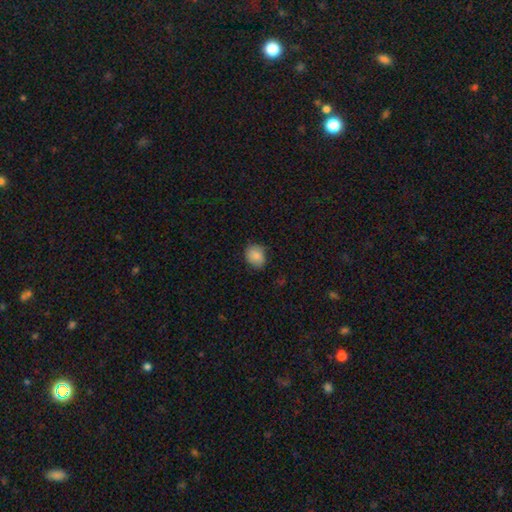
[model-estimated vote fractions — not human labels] smooth 85%, star or artifact 8%, featured or disk 6%. Down the decision tree: how rounded — round (57%); merging — none (74%).